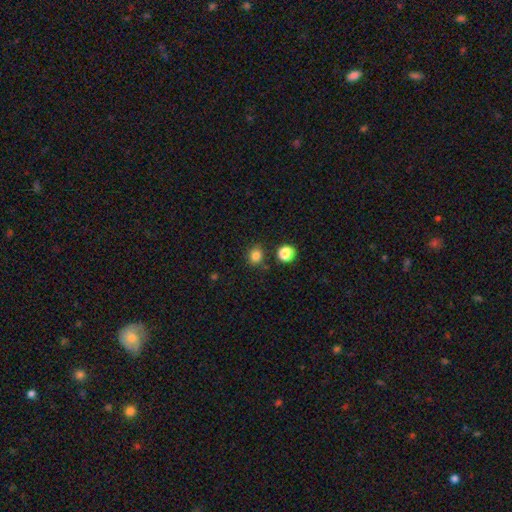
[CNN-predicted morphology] Smooth or featured? Predicted: smooth (p=0.83). How rounded? Predicted: round (p=0.76). Merging? Predicted: none (p=0.82).